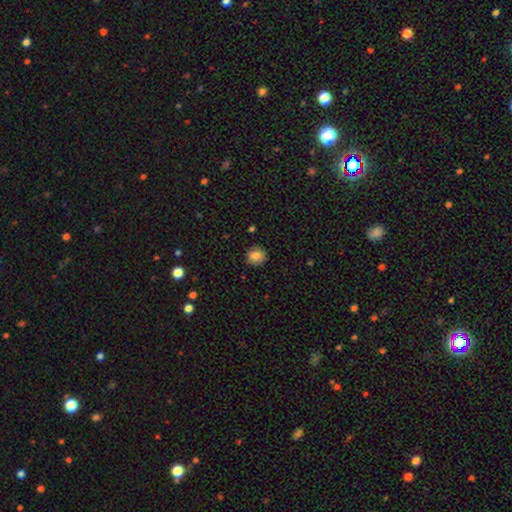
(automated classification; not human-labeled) A smooth galaxy with no disk features (84%) that is round (82%). Merging: none (85%).